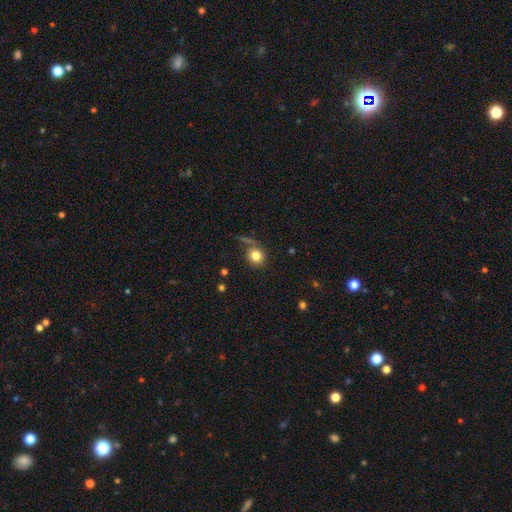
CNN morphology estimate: smooth 81%, star or artifact 10%, featured or disk 9%. Down the decision tree: how rounded — round (86%); merging — none (66%).